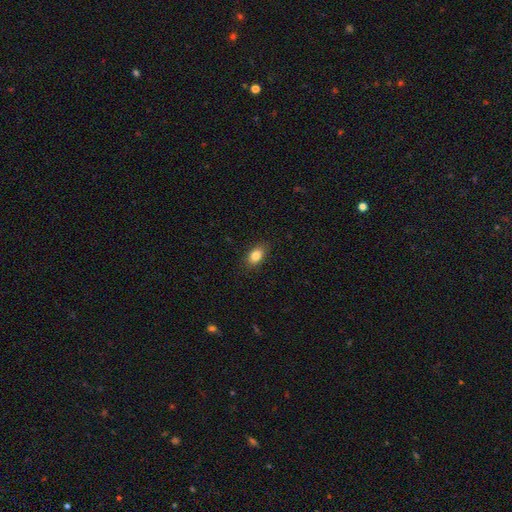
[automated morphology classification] type=smooth (84%); roundness=in between (86%); merging=none (86%).